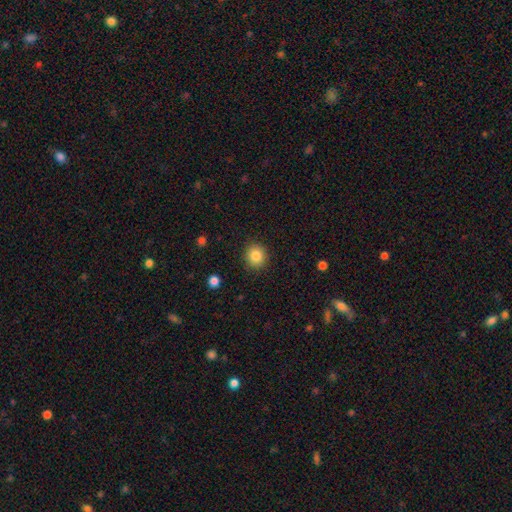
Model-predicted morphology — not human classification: Smooth or featured: smooth — 85% (star or artifact — 10%)
How rounded: round — 87% (in between — 12%)
Merging: none — 90% (minor disturbance — 6%)